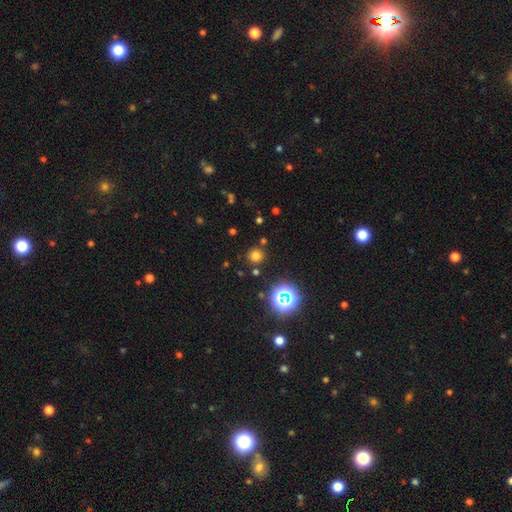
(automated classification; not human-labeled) Smooth or featured?
  - smooth: 69% *
  - star or artifact: 24%
  - featured or disk: 6%
How rounded?
  - round: 92% *
  - in between: 7%
  - cigar-shaped: 1%
Merging?
  - none: 86% *
  - minor disturbance: 7%
  - merger: 4%
  - major disturbance: 3%